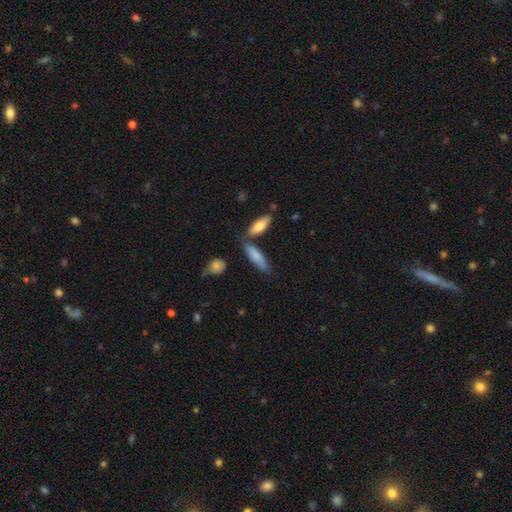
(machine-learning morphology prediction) This is likely a smooth galaxy (80%). How rounded: likely cigar-shaped (60%). Merging: likely none (68%).